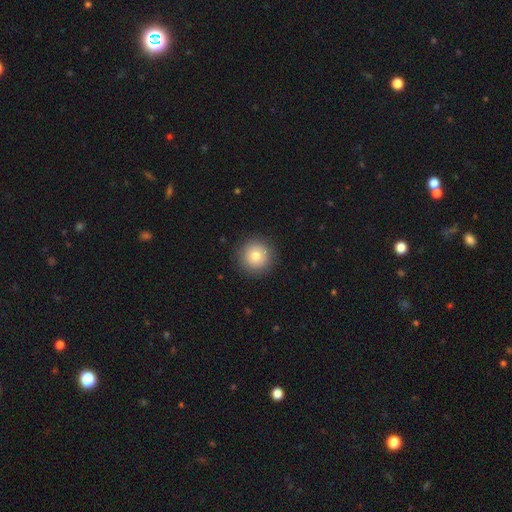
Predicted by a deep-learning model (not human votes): smooth_or_featured: smooth (p=0.81) [alt: star or artifact p=0.09]
how_rounded: round (p=0.95) [alt: in between p=0.04]
merging: none (p=0.91) [alt: minor disturbance p=0.06]